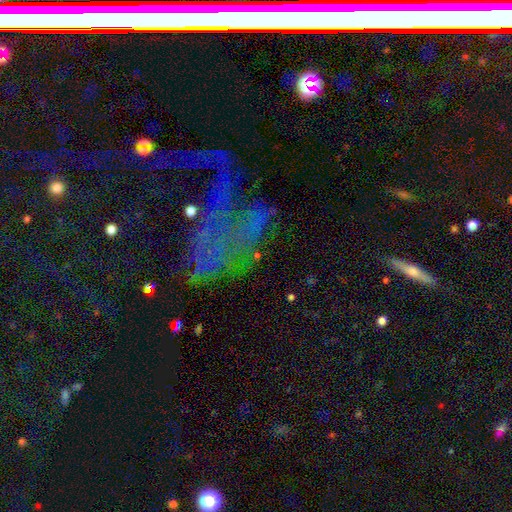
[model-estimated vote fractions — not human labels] Smooth or featured? star or artifact (47%)